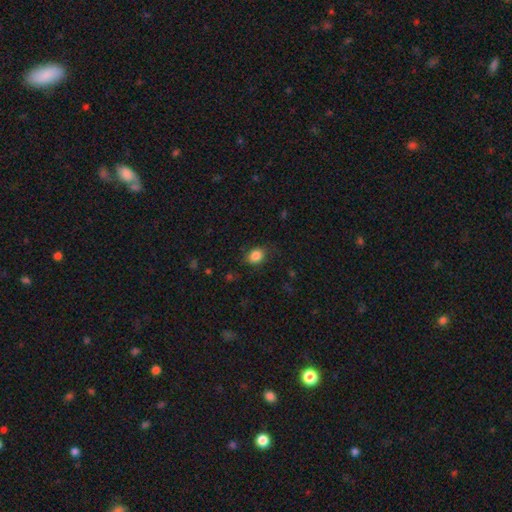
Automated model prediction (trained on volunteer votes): Overall: smooth (85%). How rounded: in between (55%; round 44%). Merging: none (78%).